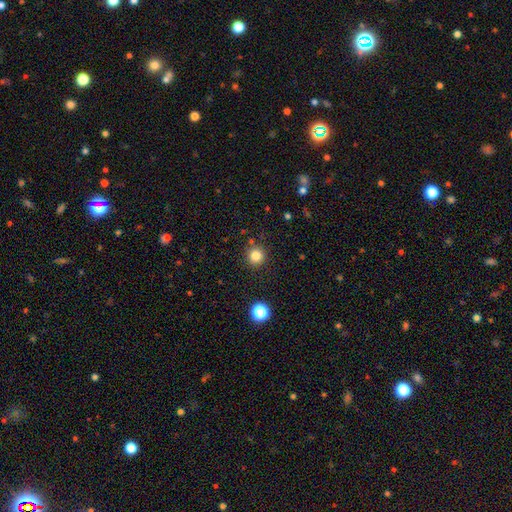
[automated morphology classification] Smooth or featured?
  - smooth: 83% *
  - star or artifact: 12%
  - featured or disk: 5%
How rounded?
  - round: 94% *
  - in between: 5%
  - cigar-shaped: 1%
Merging?
  - none: 89% *
  - minor disturbance: 7%
  - merger: 3%
  - major disturbance: 2%